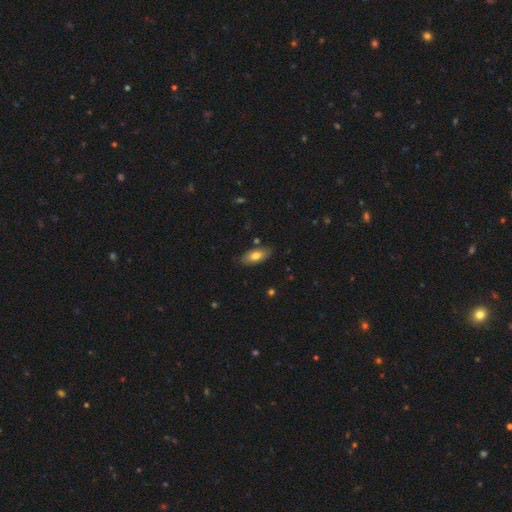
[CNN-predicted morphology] smooth-or-featured: smooth: 74% | featured or disk: 19% | star or artifact: 7%
  how-rounded: in between: 89% | cigar-shaped: 9% | round: 3%
  merging: none: 83% | minor disturbance: 12% | major disturbance: 2% | merger: 2%